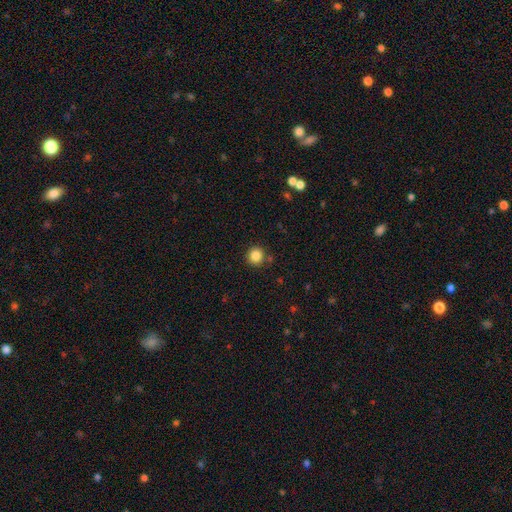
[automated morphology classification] The model was most divided on "smooth or featured": smooth: 85%, star or artifact: 11%, featured or disk: 4%. More confident: how rounded — round (93%); merging — none (87%).